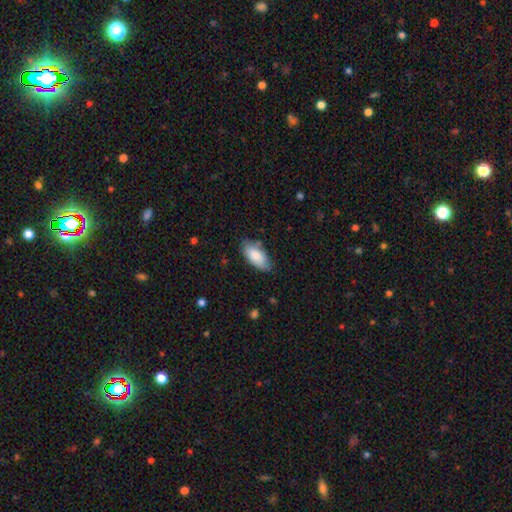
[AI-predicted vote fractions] Overall: smooth (83%). How rounded: in between (92%). Merging: none (77%).